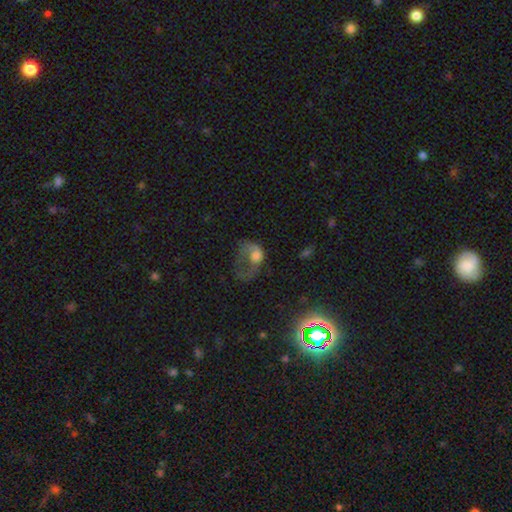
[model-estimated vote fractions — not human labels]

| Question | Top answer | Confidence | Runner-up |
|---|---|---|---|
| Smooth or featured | smooth | 53% | featured or disk (36%) |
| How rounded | in between | 66% | round (33%) |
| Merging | major disturbance | 66% | minor disturbance (15%) |